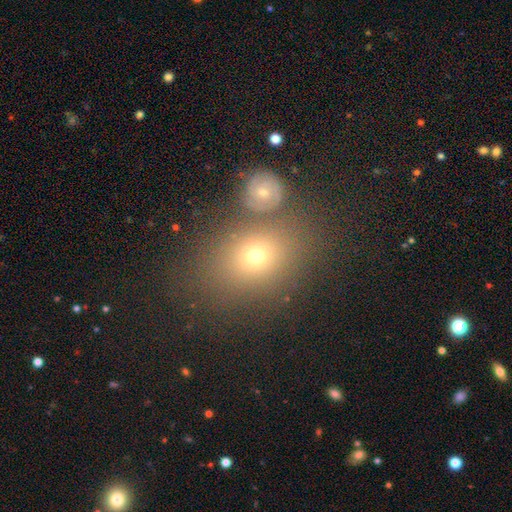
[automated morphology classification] type=smooth (69%); roundness=in between (53%); merging=none (68%).